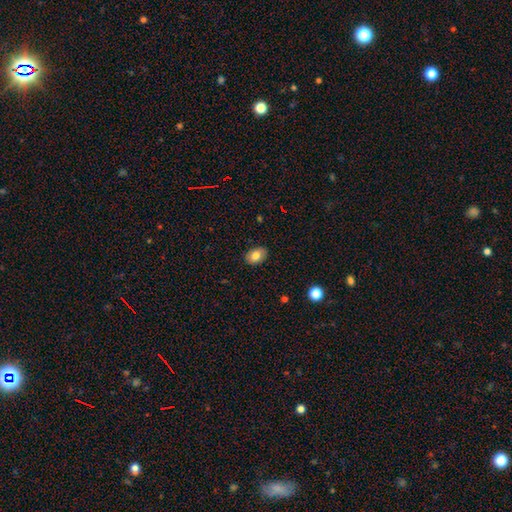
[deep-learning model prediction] smooth_or_featured: smooth (p=0.80) [alt: featured or disk p=0.12]
how_rounded: in between (p=0.83) [alt: round p=0.16]
merging: none (p=0.87) [alt: minor disturbance p=0.10]